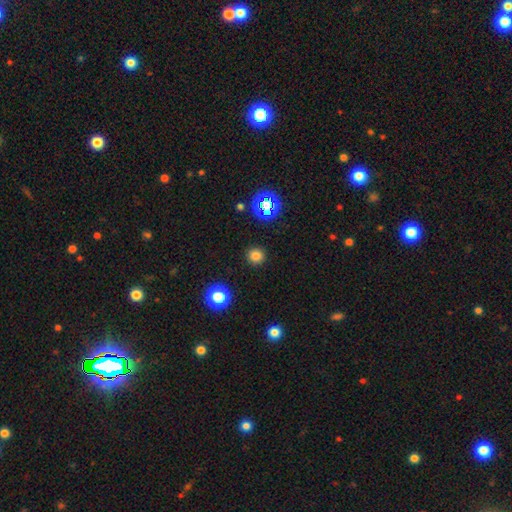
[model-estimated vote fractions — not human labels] A smooth galaxy with no disk features (77%) that is round (95%). Merging: none (91%).